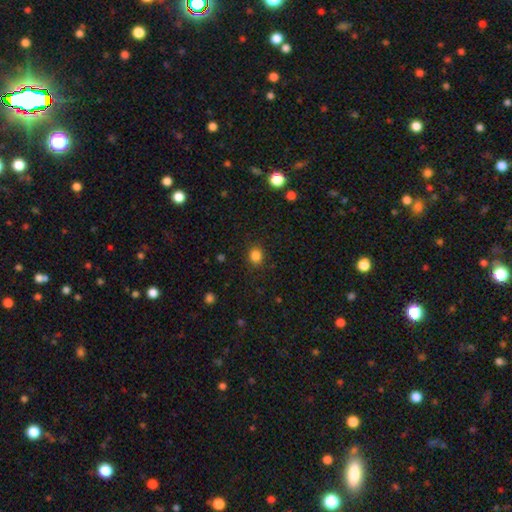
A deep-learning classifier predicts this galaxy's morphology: A smooth galaxy with no disk features (85%) that is round (79%). Merging: none (88%).